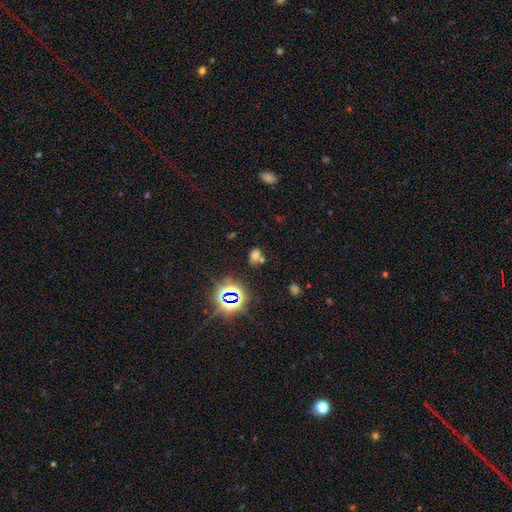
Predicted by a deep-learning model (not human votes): Overall: smooth (55%; star or artifact 35%). How rounded: in between (69%). Merging: none (58%; merger 25%).